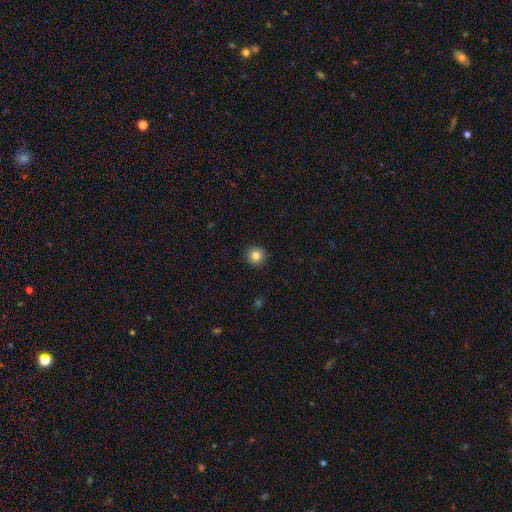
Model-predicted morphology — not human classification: A smooth galaxy with no disk features (83%) that is round (95%). Merging: none (93%).